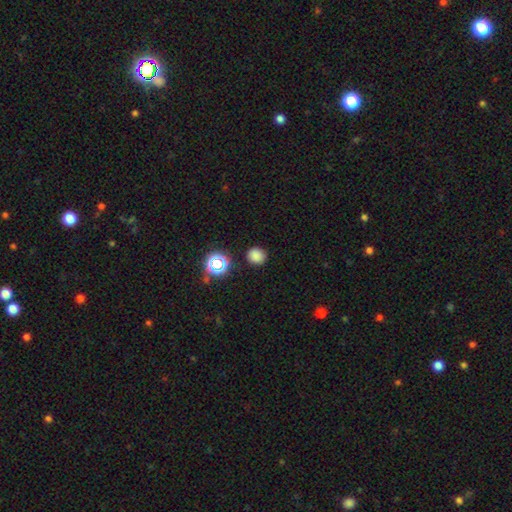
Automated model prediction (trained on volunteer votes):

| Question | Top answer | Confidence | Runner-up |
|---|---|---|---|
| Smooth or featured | smooth | 77% | star or artifact (19%) |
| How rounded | round | 82% | in between (17%) |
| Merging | none | 86% | minor disturbance (9%) |